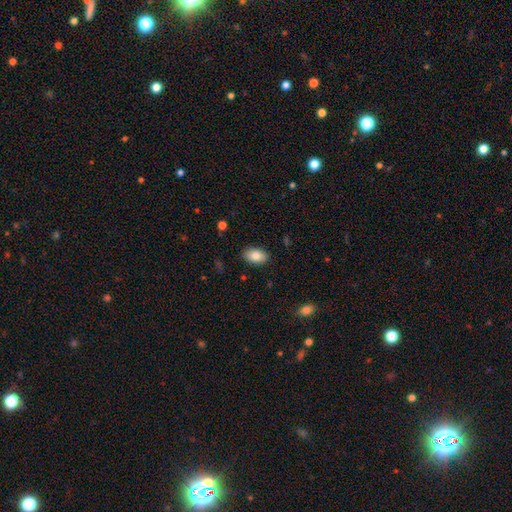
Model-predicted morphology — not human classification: Smooth or featured: smooth — 84% (featured or disk — 9%)
How rounded: in between — 92% (round — 7%)
Merging: none — 88% (minor disturbance — 9%)